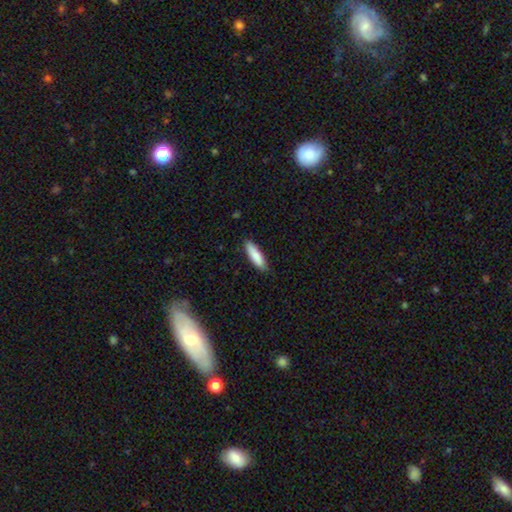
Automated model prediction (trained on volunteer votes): Smooth or featured?
  - smooth: 85% *
  - featured or disk: 10%
  - star or artifact: 6%
How rounded?
  - cigar-shaped: 62% *
  - in between: 36%
  - round: 1%
Merging?
  - none: 86% *
  - minor disturbance: 11%
  - major disturbance: 2%
  - merger: 1%